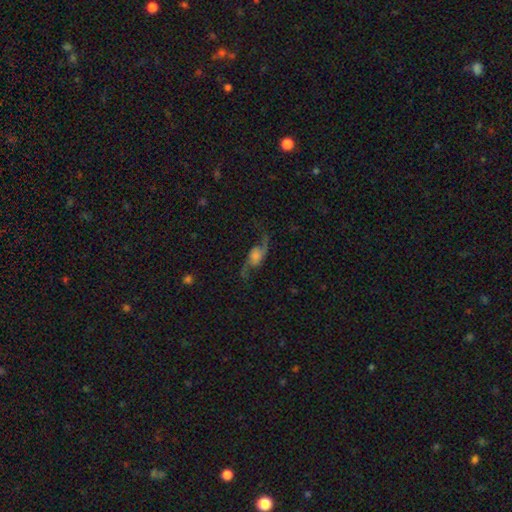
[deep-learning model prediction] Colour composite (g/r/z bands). It shows a featured or disk galaxy (80%) with no bar (63%), 2 (93%) loose (84%) spiral arms (95%) and a moderate central bulge (31%). Merging: none (70%).